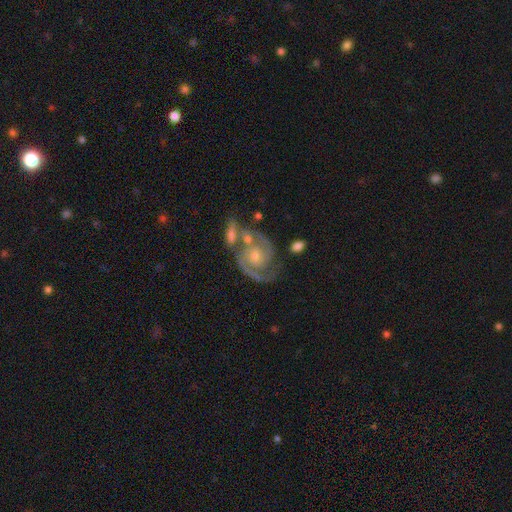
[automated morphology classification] A featured or disk galaxy (91%) with no bar (66%), 2 (86%) tight (52%) spiral arms (98%) and a small central bulge (50%). Merging: none (53%).